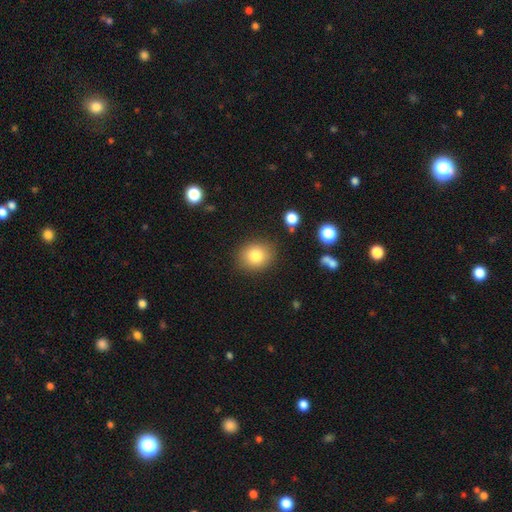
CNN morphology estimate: This is clearly a smooth galaxy (81%). How rounded: likely round (63%). Merging: clearly none (85%).